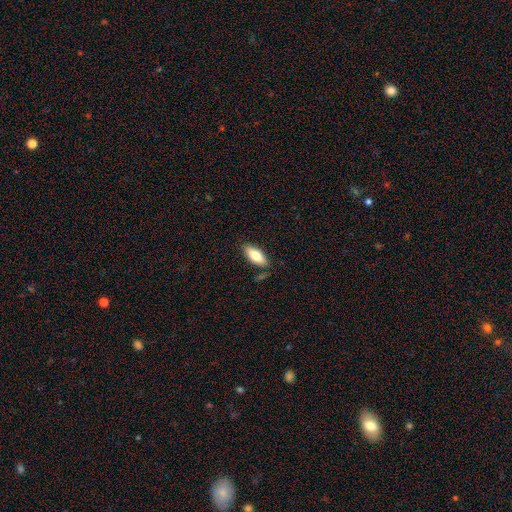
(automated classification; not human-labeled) This appears to be a smooth galaxy with no disk features (77%) that is in between round and cigar-shaped (83%). Merging: none (81%).